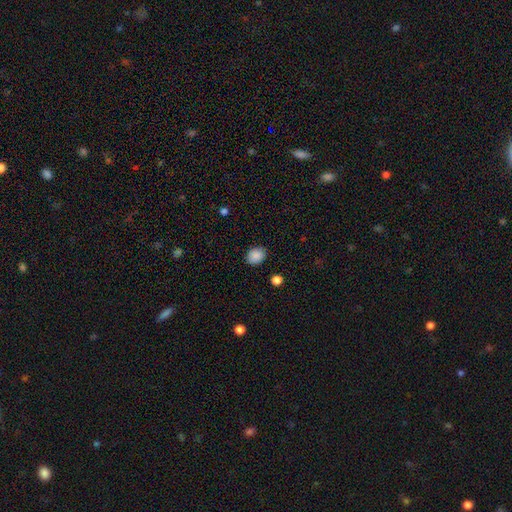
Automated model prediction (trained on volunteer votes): smooth-or-featured: smooth: 88% | star or artifact: 9% | featured or disk: 3%
  how-rounded: round: 52% | in between: 47% | cigar-shaped: 1%
  merging: none: 85% | minor disturbance: 11% | major disturbance: 3% | merger: 1%